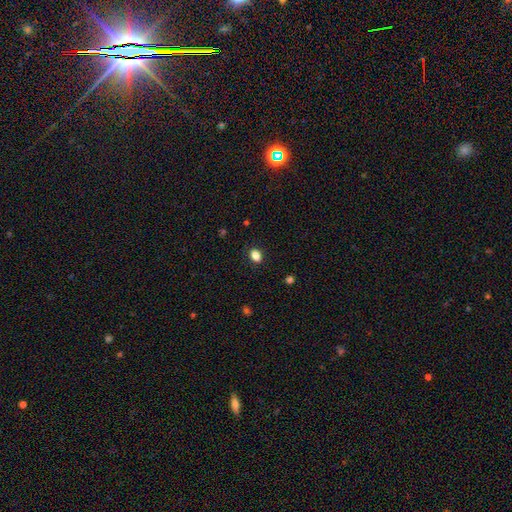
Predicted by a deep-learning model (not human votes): smooth_or_featured: smooth (p=0.85) [alt: star or artifact p=0.11]
how_rounded: in between (p=0.69) [alt: round p=0.30]
merging: none (p=0.88) [alt: minor disturbance p=0.08]